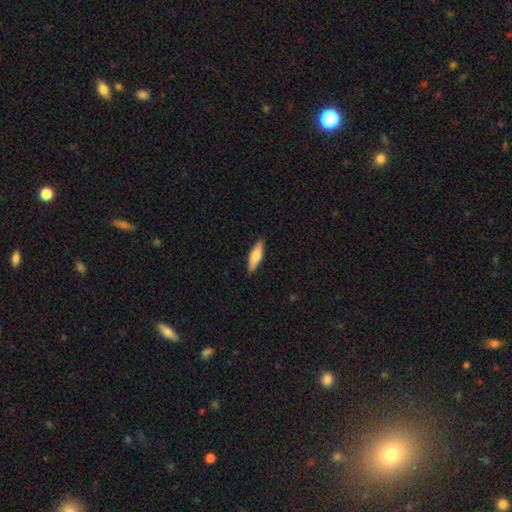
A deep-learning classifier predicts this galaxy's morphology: Q: Smooth or featured?
A: smooth (69%); runner-up: featured or disk (25%)
Q: How rounded?
A: cigar-shaped (49%); tied with: in between (49%)
Q: Merging?
A: none (88%); runner-up: minor disturbance (10%)